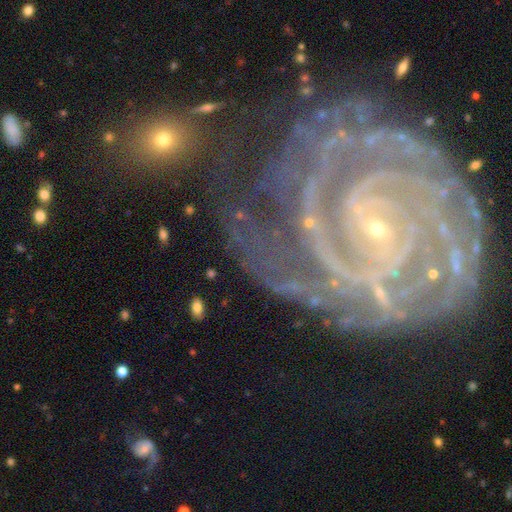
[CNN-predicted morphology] Smooth or featured: featured or disk — 87% (star or artifact — 8%)
Edge-on disk: no — 97% (yes — 3%)
Bar: no — 46% (weak — 30%)
Spiral arms: yes — 98% (no — 2%)
Spiral winding: tight — 80% (medium — 17%)
Spiral arm count: 2 — 22% (3 — 20%)
Bulge size: small — 85% (moderate — 11%)
Merging: none — 70% (minor disturbance — 18%)